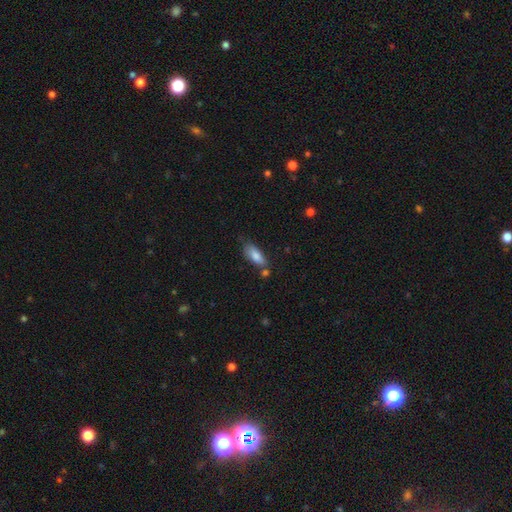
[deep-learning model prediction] This appears to be a smooth galaxy with no disk features (82%) that is in between round and cigar-shaped (78%). Merging: none (56%).